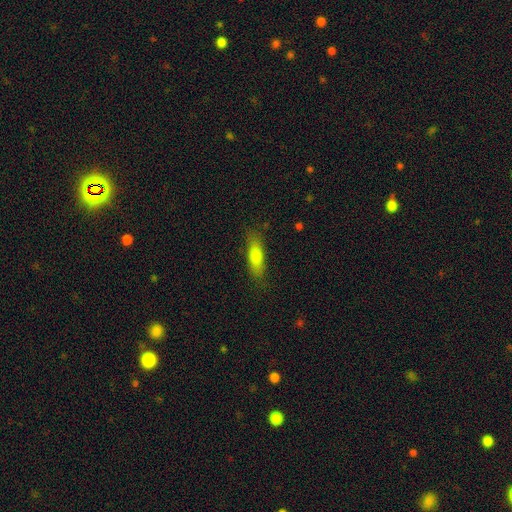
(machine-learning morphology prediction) Smooth or featured? smooth (76%)
How rounded? in between (50%)
Merging? none (79%)